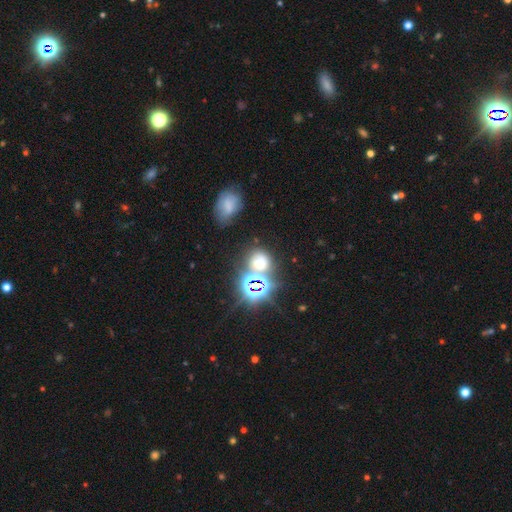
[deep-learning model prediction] Q: Smooth or featured?
A: star or artifact (61%); runner-up: smooth (30%)